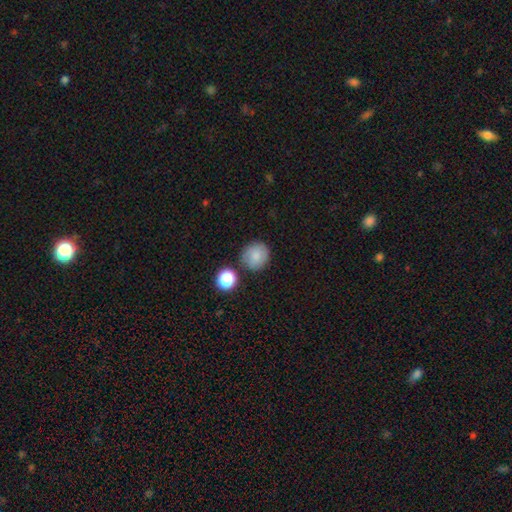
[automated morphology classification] A smooth galaxy with no disk features (83%) that is round (91%).

Vote fractions:
- Smooth or featured? smooth: 83% / star or artifact: 9% / featured or disk: 8%
- How rounded? round: 91% / in between: 8% / cigar-shaped: 1%
- Merging? none: 79% / minor disturbance: 11% / merger: 7% / major disturbance: 3%